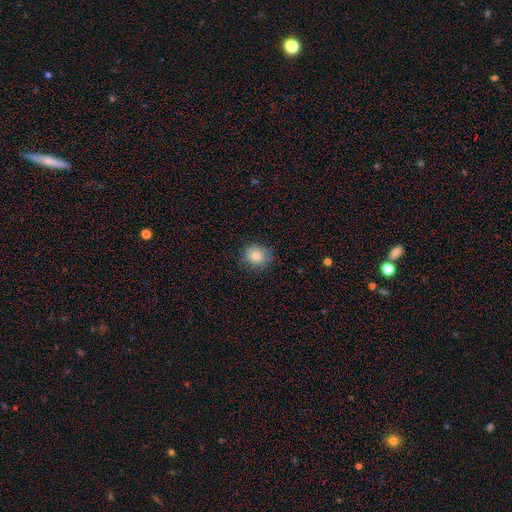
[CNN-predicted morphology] Smooth or featured? Predicted: smooth (p=0.83). How rounded? Predicted: round (p=0.82). Merging? Predicted: none (p=0.84).